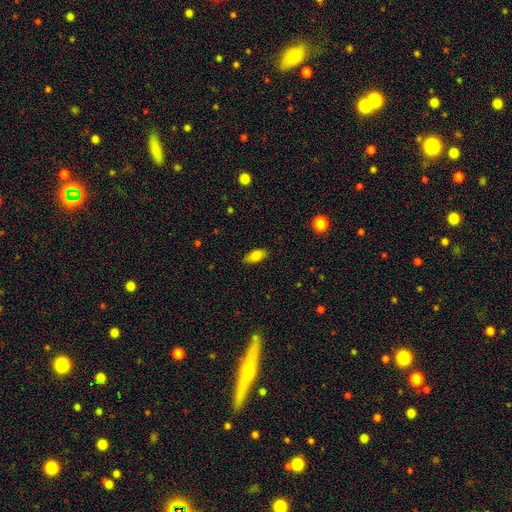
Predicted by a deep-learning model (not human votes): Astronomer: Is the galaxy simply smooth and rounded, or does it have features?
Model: smooth — 82%.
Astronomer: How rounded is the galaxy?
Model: in between — 87%.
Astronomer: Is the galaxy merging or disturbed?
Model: none — 84%.